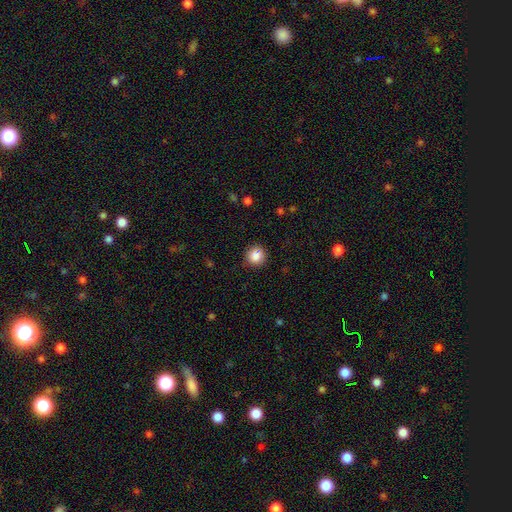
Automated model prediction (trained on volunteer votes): A smooth galaxy with no disk features (85%) that is round (91%).

Vote fractions:
- Smooth or featured? smooth: 85% / star or artifact: 10% / featured or disk: 5%
- How rounded? round: 91% / in between: 8% / cigar-shaped: 1%
- Merging? none: 87% / minor disturbance: 9% / major disturbance: 2% / merger: 2%